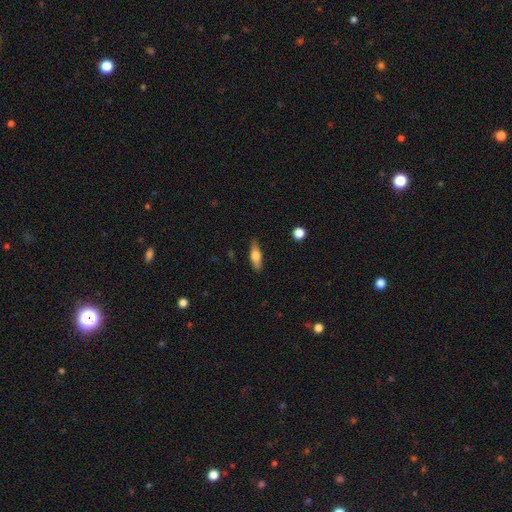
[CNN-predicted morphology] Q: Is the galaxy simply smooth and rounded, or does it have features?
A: smooth — 64%.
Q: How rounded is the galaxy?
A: in between — 56%.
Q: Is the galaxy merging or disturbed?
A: none — 85%.